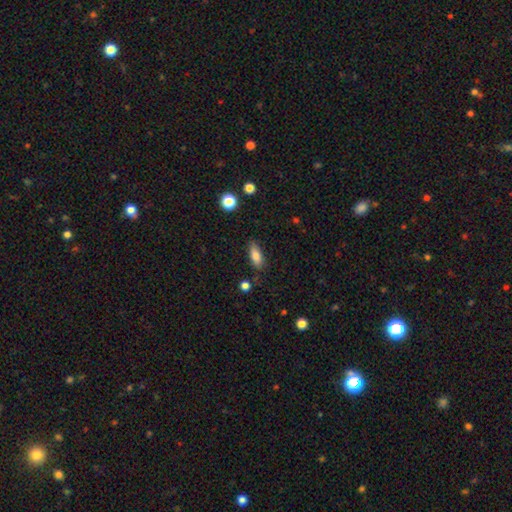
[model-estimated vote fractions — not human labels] Q: Smooth or featured?
A: smooth (83%); runner-up: featured or disk (10%)
Q: How rounded?
A: in between (76%); runner-up: cigar-shaped (21%)
Q: Merging?
A: none (82%); runner-up: minor disturbance (13%)